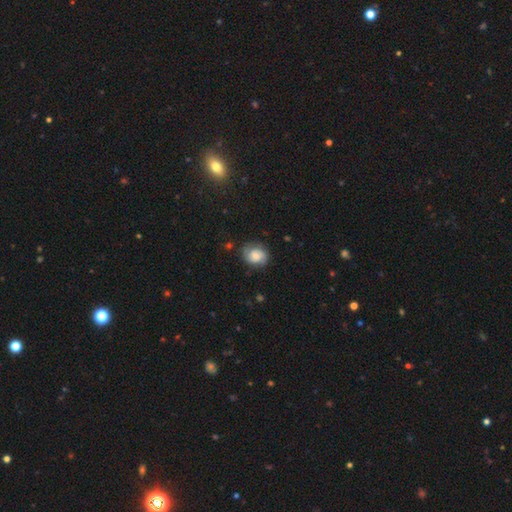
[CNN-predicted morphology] A featured or disk galaxy (48%). Merging: none (74%).